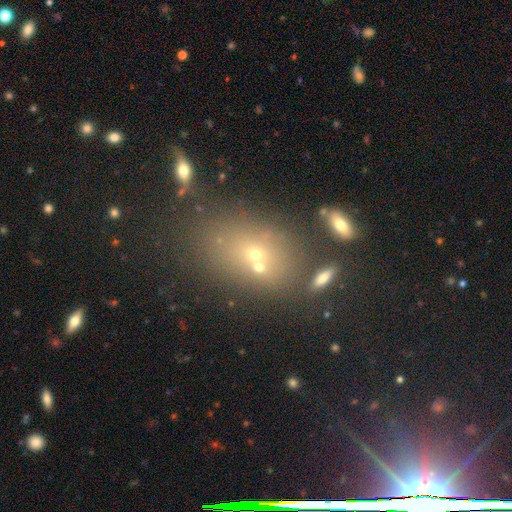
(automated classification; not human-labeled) Q: Smooth or featured?
A: smooth (55%); runner-up: featured or disk (23%)
Q: How rounded?
A: in between (67%); runner-up: round (30%)
Q: Merging?
A: none (51%); runner-up: merger (30%)